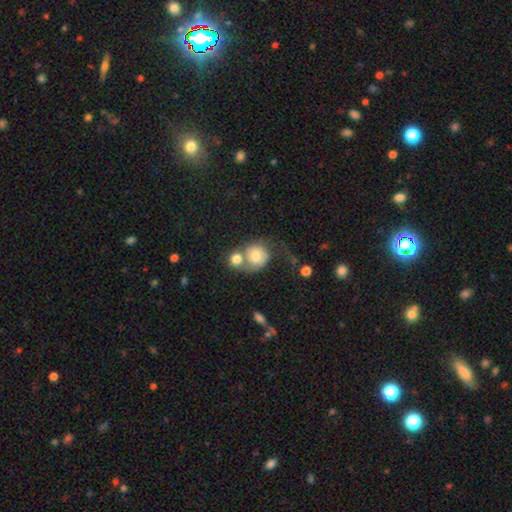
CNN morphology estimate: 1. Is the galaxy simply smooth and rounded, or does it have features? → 58% smooth, 34% featured or disk, 9% star or artifact.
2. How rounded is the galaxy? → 76% round, 23% in between, 1% cigar-shaped.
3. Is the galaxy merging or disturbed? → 52% merger, 23% none, 13% major disturbance, 12% minor disturbance.